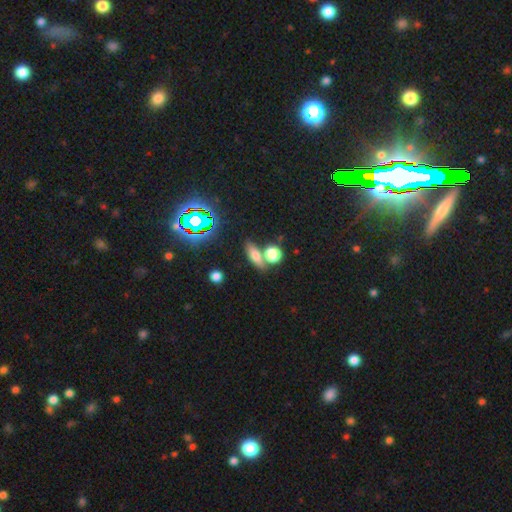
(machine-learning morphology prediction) smooth_or_featured: smooth (p=0.66) [alt: star or artifact p=0.19]
how_rounded: in between (p=0.50) [alt: round p=0.28]
merging: none (p=0.60) [alt: merger p=0.27]